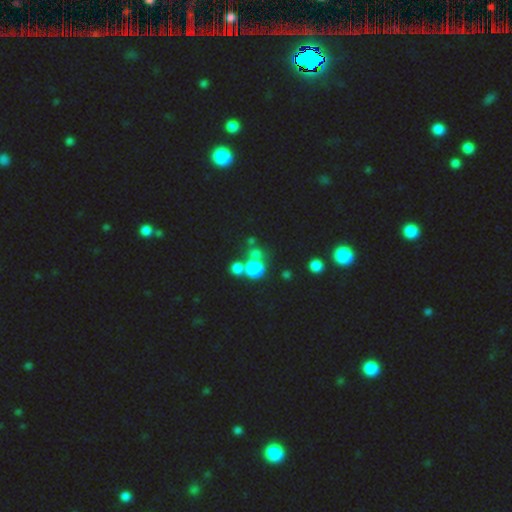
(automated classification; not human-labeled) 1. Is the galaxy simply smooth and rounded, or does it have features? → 69% smooth, 21% star or artifact, 10% featured or disk.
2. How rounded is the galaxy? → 85% round, 13% in between, 1% cigar-shaped.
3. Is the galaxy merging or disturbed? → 48% none, 37% merger, 9% minor disturbance, 6% major disturbance.